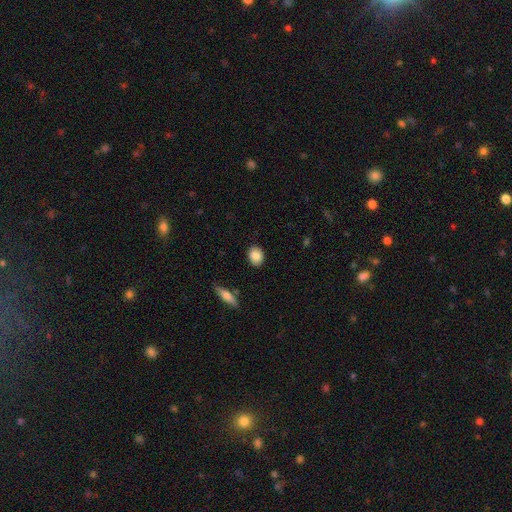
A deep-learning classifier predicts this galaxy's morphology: Q: Smooth or featured?
A: smooth (87%); runner-up: star or artifact (7%)
Q: How rounded?
A: in between (59%); runner-up: round (39%)
Q: Merging?
A: none (87%); runner-up: minor disturbance (9%)